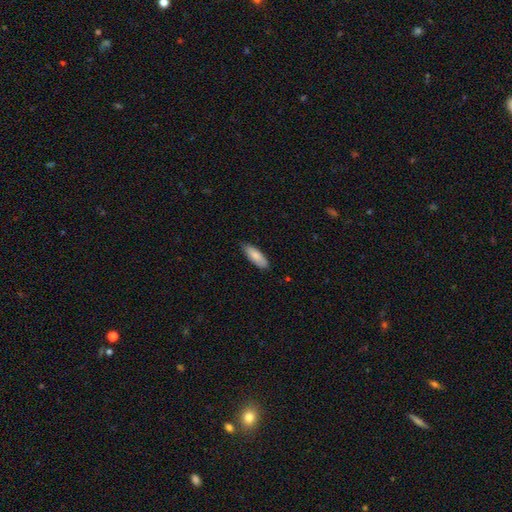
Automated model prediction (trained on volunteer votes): smooth 84%, featured or disk 10%, star or artifact 5%. Down the decision tree: how rounded — in between (70%); merging — none (79%).